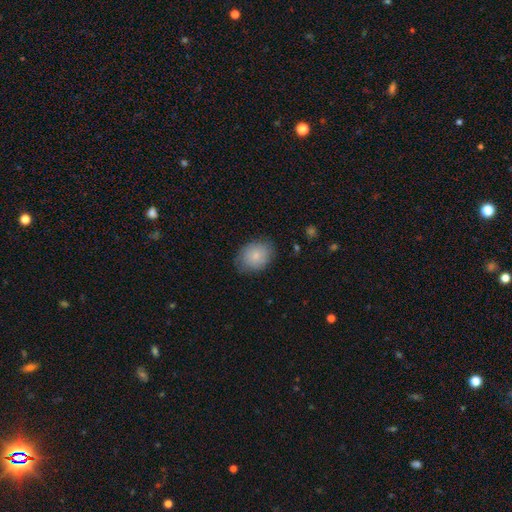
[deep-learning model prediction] Overall: smooth (82%). How rounded: in between (61%; round 38%). Merging: none (76%).